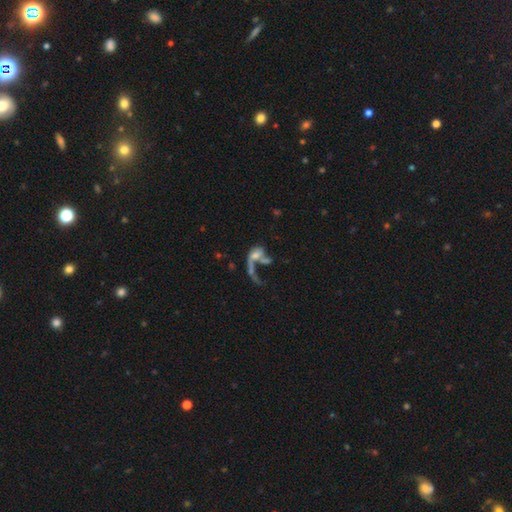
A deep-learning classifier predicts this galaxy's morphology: smooth-or-featured: featured or disk: 54% | smooth: 33% | star or artifact: 12%
  disk-edge-on: no: 95% | yes: 5%
    bar: no: 75% | weak: 19% | strong: 6%
    has-spiral-arms: no: 52% | yes: 48%
    bulge-size: moderate: 33% | small: 28% | none: 25% | large: 11% | dominant: 4%
  merging: merger: 41% | major disturbance: 35% | none: 16% | minor disturbance: 8%